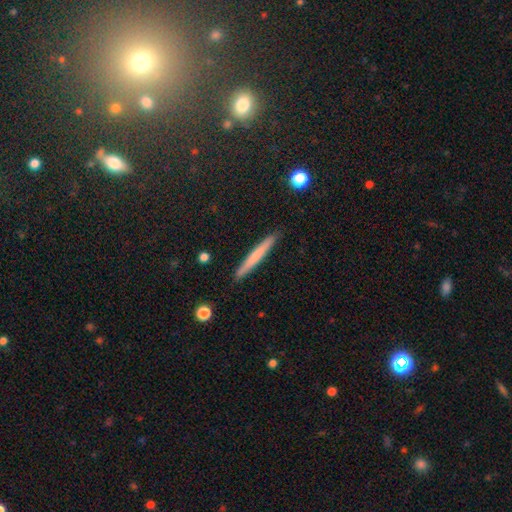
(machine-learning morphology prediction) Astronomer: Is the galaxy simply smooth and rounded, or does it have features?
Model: smooth — 65%.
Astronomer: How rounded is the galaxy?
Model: cigar-shaped — 96%.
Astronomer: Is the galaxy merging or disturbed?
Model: none — 91%.